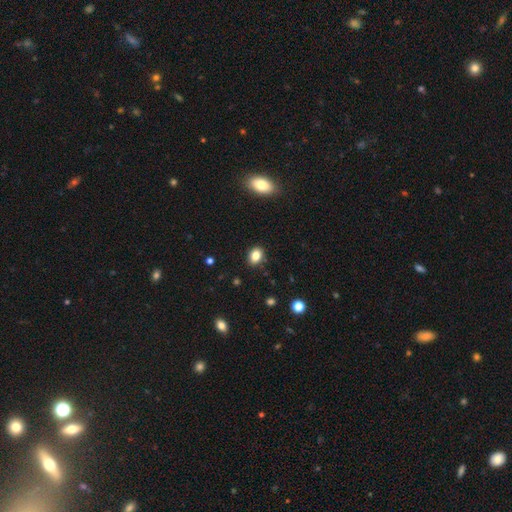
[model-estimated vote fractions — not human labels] Overall: smooth (84%). How rounded: in between (68%; round 30%). Merging: none (88%).